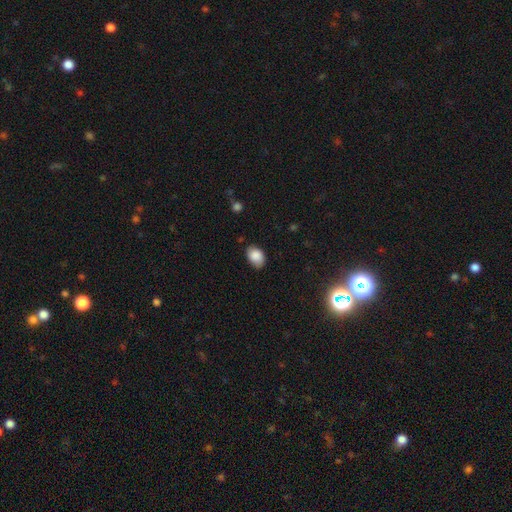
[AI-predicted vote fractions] Smooth or featured?
  - smooth: 87% *
  - star or artifact: 8%
  - featured or disk: 5%
How rounded?
  - in between: 81% *
  - round: 18%
  - cigar-shaped: 1%
Merging?
  - none: 77% *
  - minor disturbance: 18%
  - major disturbance: 3%
  - merger: 1%